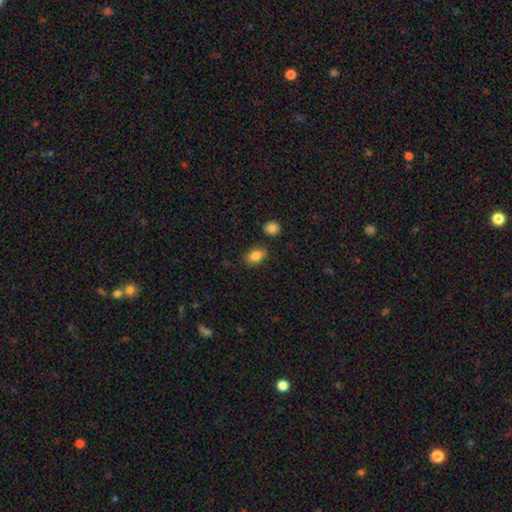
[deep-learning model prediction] Overall: smooth (85%). How rounded: in between (85%). Merging: none (83%).